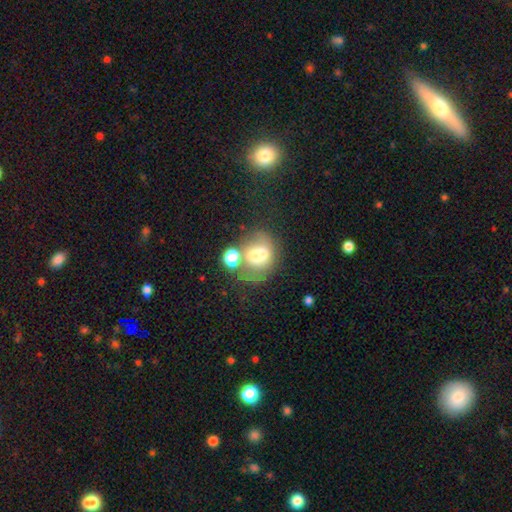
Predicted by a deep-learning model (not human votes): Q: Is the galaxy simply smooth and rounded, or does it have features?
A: smooth — 58%.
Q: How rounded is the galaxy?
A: round — 64%.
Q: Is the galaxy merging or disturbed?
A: merger — 46%.